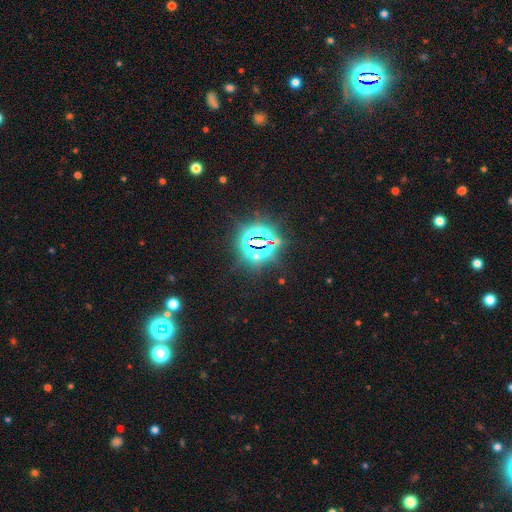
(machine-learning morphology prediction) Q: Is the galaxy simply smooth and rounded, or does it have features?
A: star or artifact — 82%.